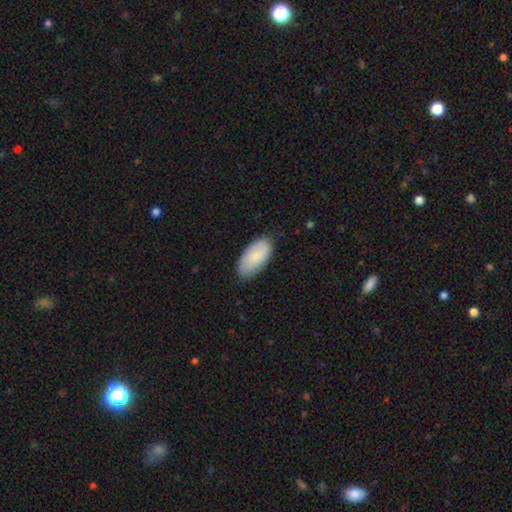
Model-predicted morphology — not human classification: Smooth or featured? Predicted: smooth (p=0.83). How rounded? Predicted: in between (p=0.94). Merging? Predicted: none (p=0.79).